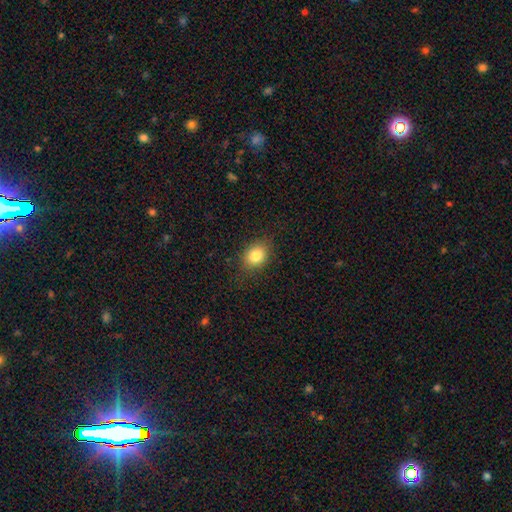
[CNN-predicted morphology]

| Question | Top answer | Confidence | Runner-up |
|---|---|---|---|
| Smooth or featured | smooth | 82% | star or artifact (10%) |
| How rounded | in between | 52% | round (47%) |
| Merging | none | 83% | minor disturbance (12%) |